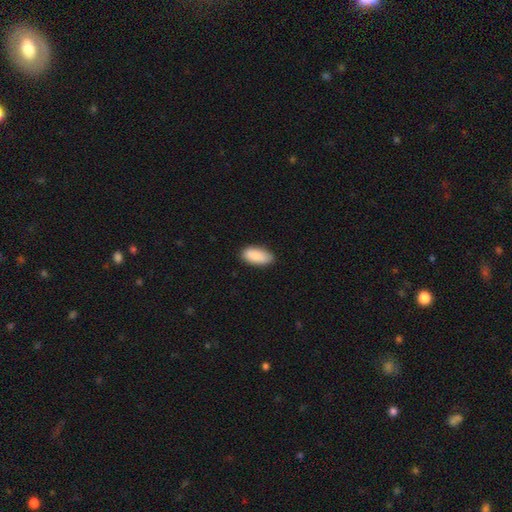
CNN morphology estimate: This is clearly a smooth galaxy (90%). How rounded: clearly in between (92%). Merging: clearly none (82%).